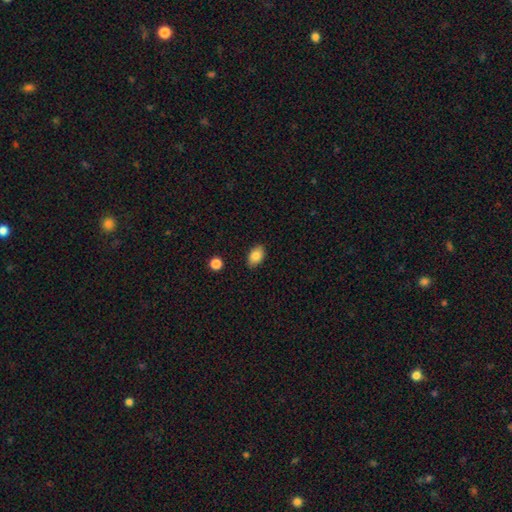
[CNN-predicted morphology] This is clearly a smooth galaxy (86%). How rounded: clearly in between (88%). Merging: clearly none (87%).